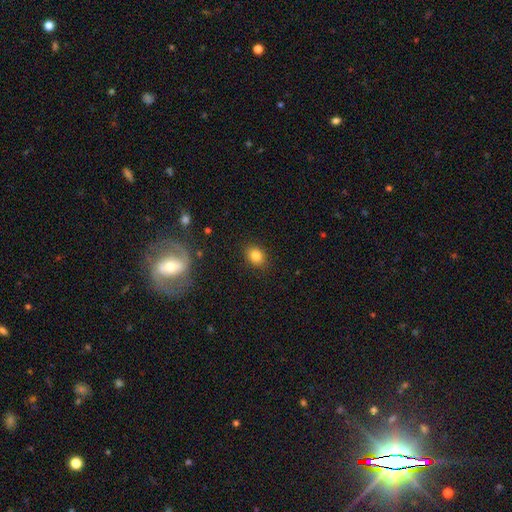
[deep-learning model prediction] Overall: smooth (83%). How rounded: in between (50%; round 49%). Merging: none (87%).